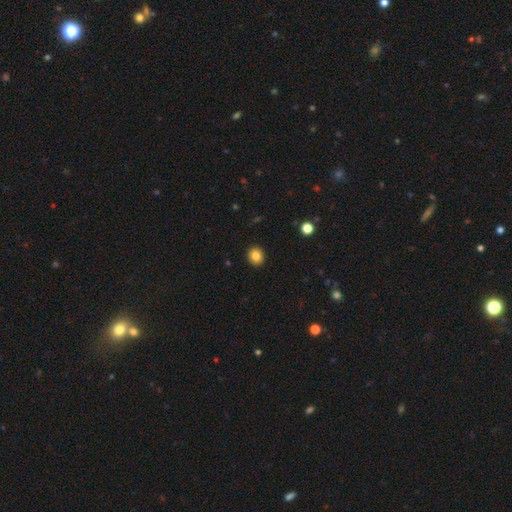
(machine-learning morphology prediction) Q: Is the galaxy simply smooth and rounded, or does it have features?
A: smooth — 84%.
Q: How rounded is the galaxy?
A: round — 76%.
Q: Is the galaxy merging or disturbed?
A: none — 92%.